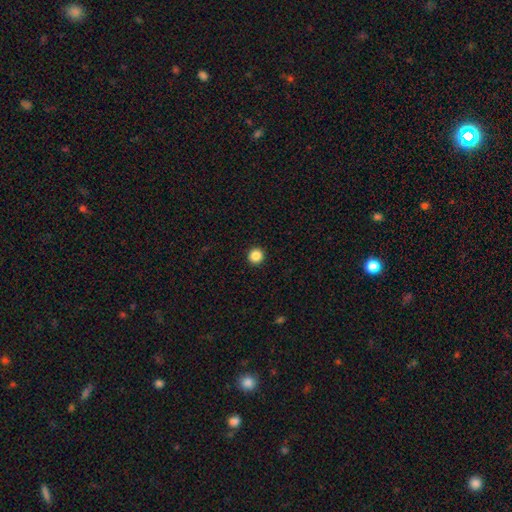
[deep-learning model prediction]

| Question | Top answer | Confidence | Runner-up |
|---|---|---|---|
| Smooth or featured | smooth | 87% | star or artifact (10%) |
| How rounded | round | 95% | in between (4%) |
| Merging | none | 94% | minor disturbance (4%) |